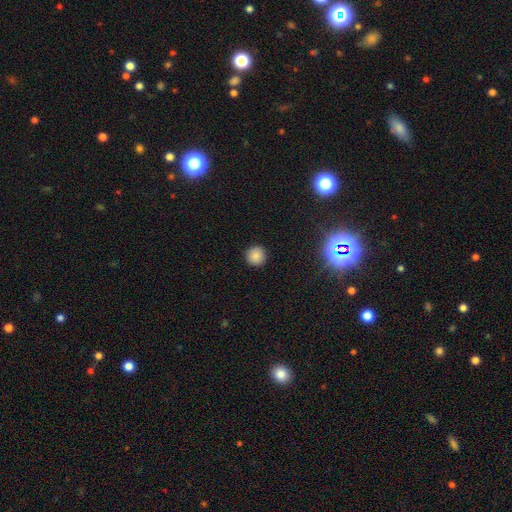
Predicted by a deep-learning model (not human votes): A smooth galaxy with no disk features (84%) that is round (95%). Merging: none (92%).